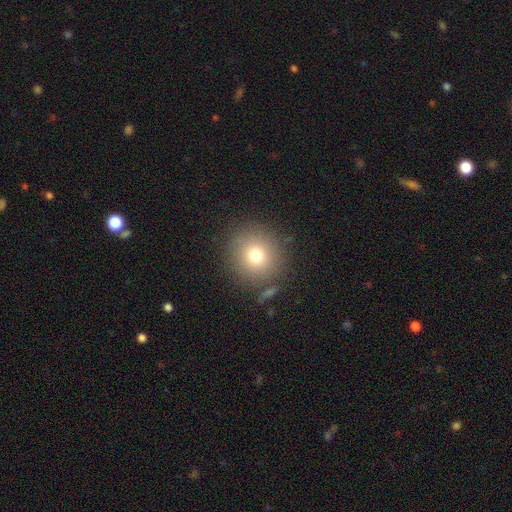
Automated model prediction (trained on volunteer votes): Q: Smooth or featured?
A: smooth (75%); runner-up: star or artifact (14%)
Q: How rounded?
A: round (93%); runner-up: in between (6%)
Q: Merging?
A: none (85%); runner-up: minor disturbance (8%)